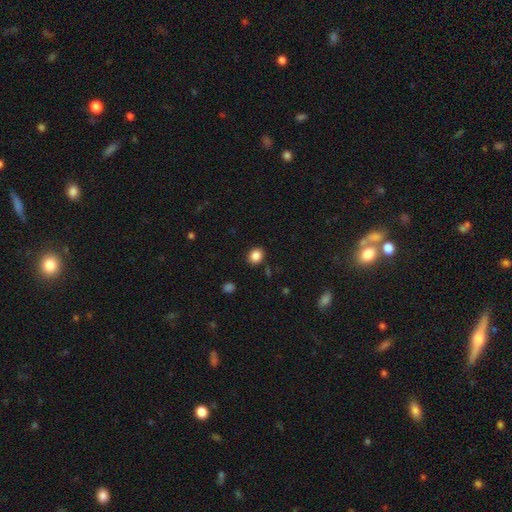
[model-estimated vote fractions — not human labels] This is clearly a smooth galaxy (86%). How rounded: likely round (60%). Merging: clearly none (87%).